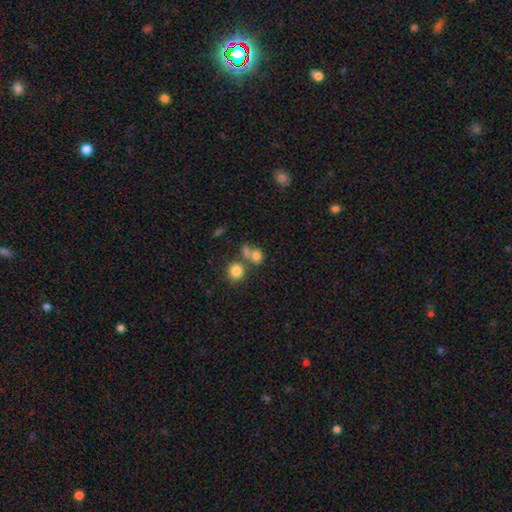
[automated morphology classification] A smooth galaxy with no disk features (77%) that is round (77%).

Vote fractions:
- Smooth or featured? smooth: 77% / star or artifact: 13% / featured or disk: 10%
- How rounded? round: 77% / in between: 21% / cigar-shaped: 1%
- Merging? none: 46% / merger: 38% / minor disturbance: 9% / major disturbance: 6%